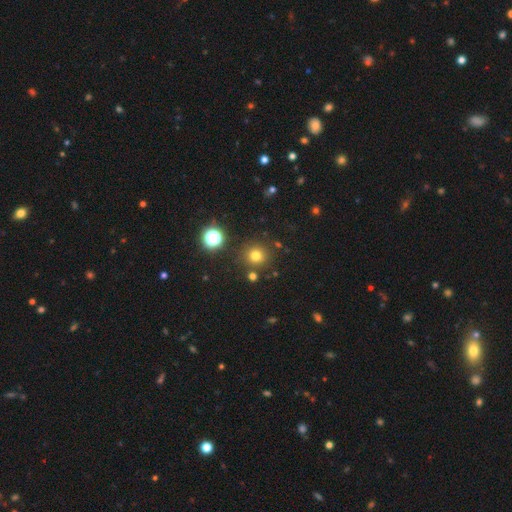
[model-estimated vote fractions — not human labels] A smooth galaxy with no disk features (73%) that is round (93%). Merging: none (85%).